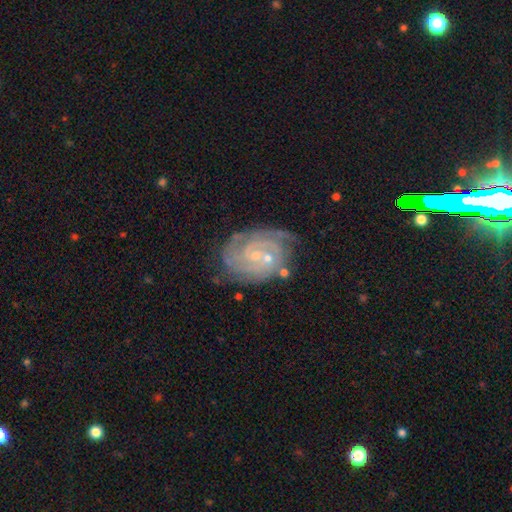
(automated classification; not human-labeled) This appears to be a featured or disk galaxy (89%) with no bar (51%), 2 (29%) tight (77%) spiral arms (98%) and a small central bulge (77%). Merging: none (69%).